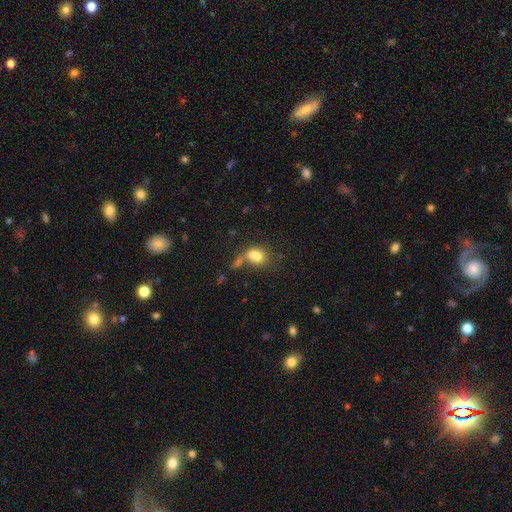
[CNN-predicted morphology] Smooth or featured? Predicted: smooth (p=0.72). How rounded? Predicted: in between (p=0.55). Merging? Predicted: merger (p=0.53).